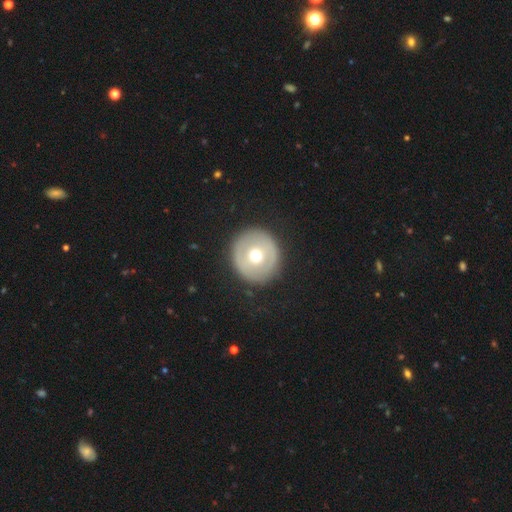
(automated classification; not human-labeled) Morphology: type=smooth (50%); merging=none (89%).